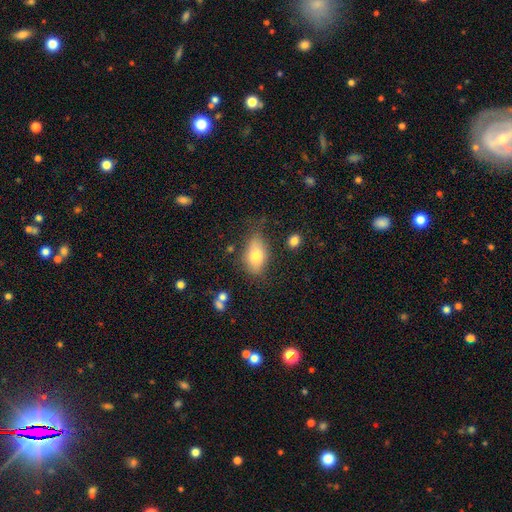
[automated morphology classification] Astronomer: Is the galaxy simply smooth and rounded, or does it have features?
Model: smooth — 73%.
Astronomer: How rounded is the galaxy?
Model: in between — 86%.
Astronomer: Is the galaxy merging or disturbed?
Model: none — 65%.